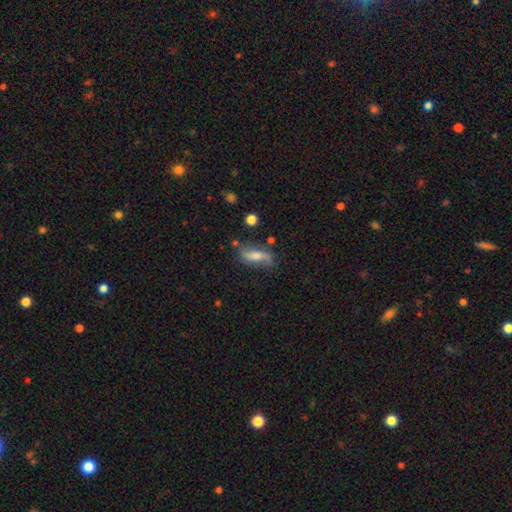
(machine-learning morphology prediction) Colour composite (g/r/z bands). It shows a featured or disk galaxy (53%). Merging: none (70%).